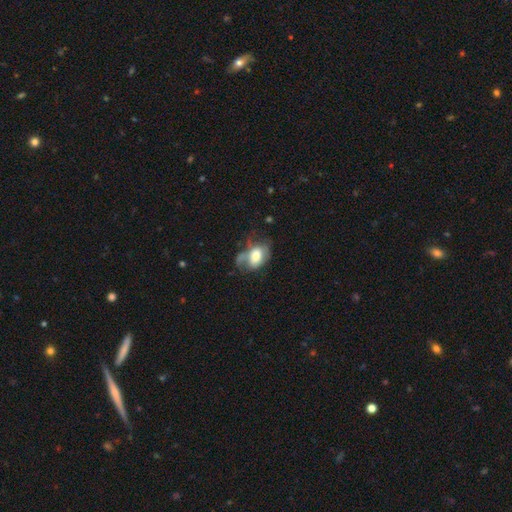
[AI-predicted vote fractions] Smooth or featured?
  - smooth: 58% *
  - featured or disk: 34%
  - star or artifact: 8%
How rounded?
  - in between: 83% *
  - round: 16%
  - cigar-shaped: 1%
Merging?
  - major disturbance: 36% *
  - none: 28%
  - minor disturbance: 27%
  - merger: 9%